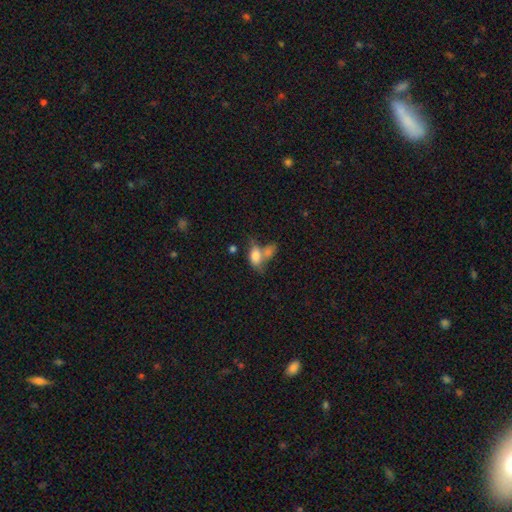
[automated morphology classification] This is likely a smooth galaxy (72%). How rounded: clearly in between (84%). Merging: possibly merger (51%).